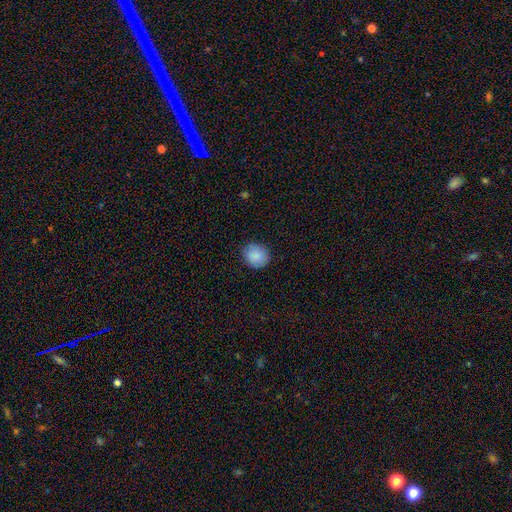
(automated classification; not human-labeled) The model was most divided on "how rounded": round: 75%, in between: 24%, cigar-shaped: 1%. More confident: smooth or featured — smooth (88%); merging — none (86%).